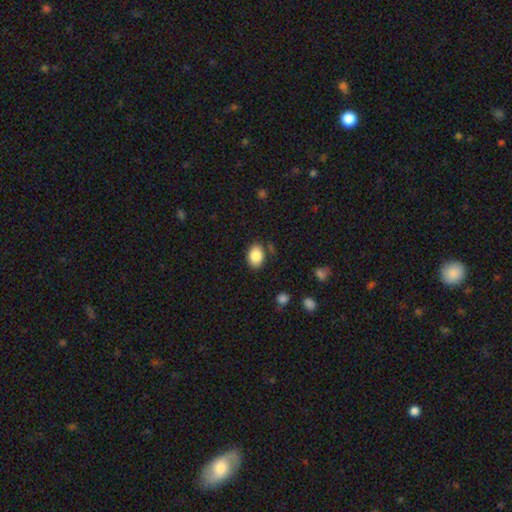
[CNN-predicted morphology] Smooth or featured?
  - smooth: 86% *
  - star or artifact: 8%
  - featured or disk: 6%
How rounded?
  - in between: 71% *
  - round: 28%
  - cigar-shaped: 1%
Merging?
  - none: 80% *
  - minor disturbance: 14%
  - major disturbance: 3%
  - merger: 3%